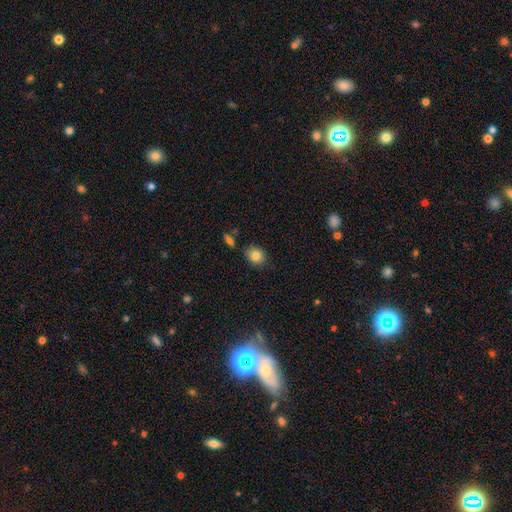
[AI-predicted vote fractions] Morphology: type=smooth (84%); roundness=round (64%); merging=none (83%).